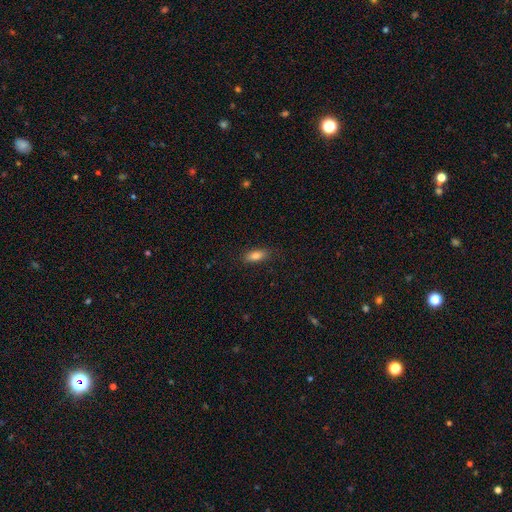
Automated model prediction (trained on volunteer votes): Morphology: type=smooth (83%); roundness=in between (79%); merging=none (84%).